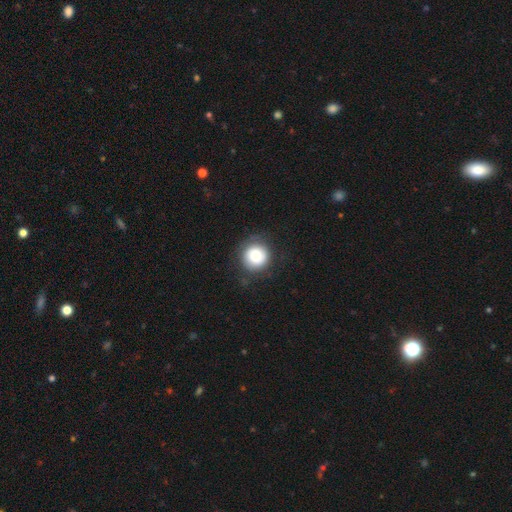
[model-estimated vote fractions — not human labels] smooth_or_featured: smooth (p=0.72) [alt: featured or disk p=0.19]
how_rounded: round (p=0.94) [alt: in between p=0.05]
merging: none (p=0.80) [alt: minor disturbance p=0.13]